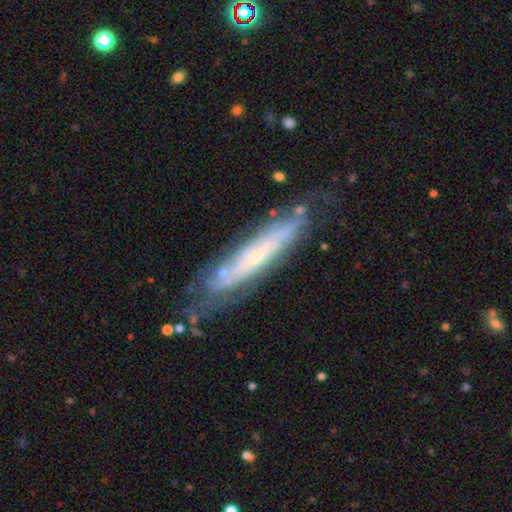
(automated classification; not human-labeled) smooth-or-featured: featured or disk: 71% | smooth: 22% | star or artifact: 7%
  disk-edge-on: no: 53% | yes: 47%
  merging: none: 68% | minor disturbance: 21% | major disturbance: 8% | merger: 3%